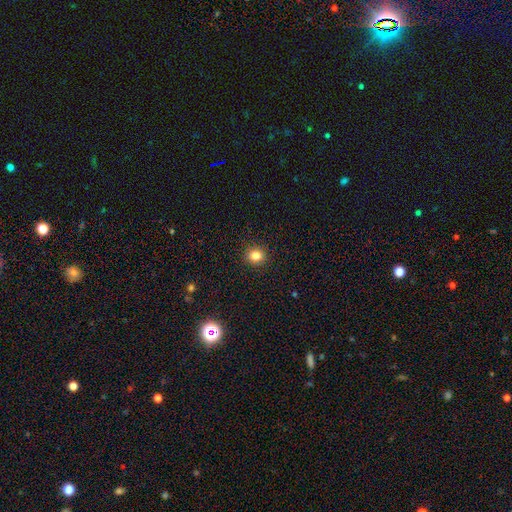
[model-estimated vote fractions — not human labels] Smooth or featured?
  - smooth: 82% *
  - star or artifact: 12%
  - featured or disk: 5%
How rounded?
  - round: 86% *
  - in between: 13%
  - cigar-shaped: 1%
Merging?
  - none: 92% *
  - minor disturbance: 5%
  - major disturbance: 2%
  - merger: 1%